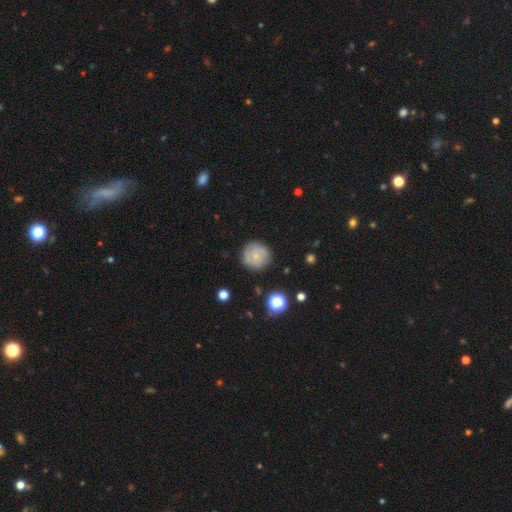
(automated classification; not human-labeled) Smooth or featured? Predicted: smooth (p=0.56). How rounded? Predicted: round (p=0.93). Merging? Predicted: none (p=0.85).